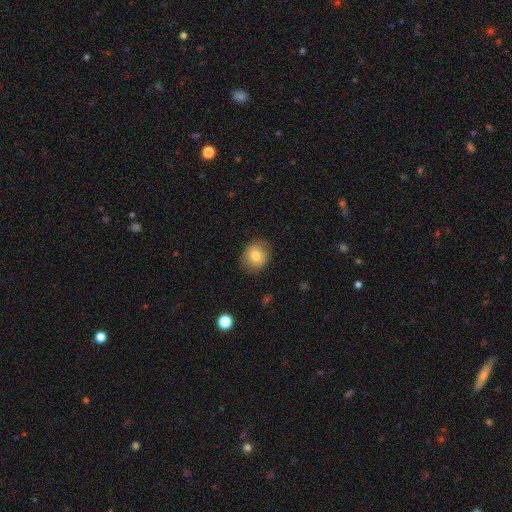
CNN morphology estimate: A smooth galaxy with no disk features (75%) that is round (69%). Merging: none (80%).